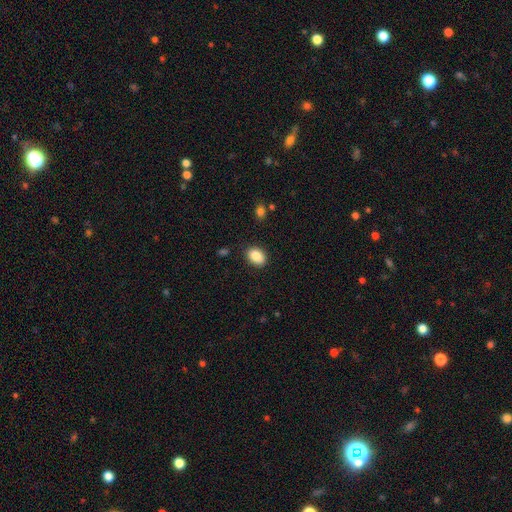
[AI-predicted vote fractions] This is clearly a smooth galaxy (87%). How rounded: likely in between (79%). Merging: clearly none (85%).